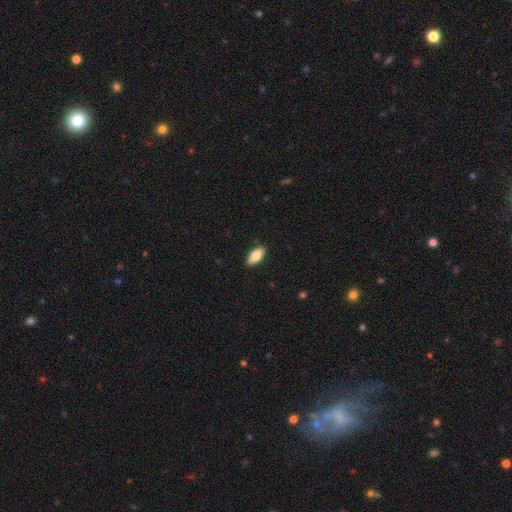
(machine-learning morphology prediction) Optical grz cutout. It shows a smooth galaxy with no disk features (82%) that is in between round and cigar-shaped (88%). Merging: none (90%).